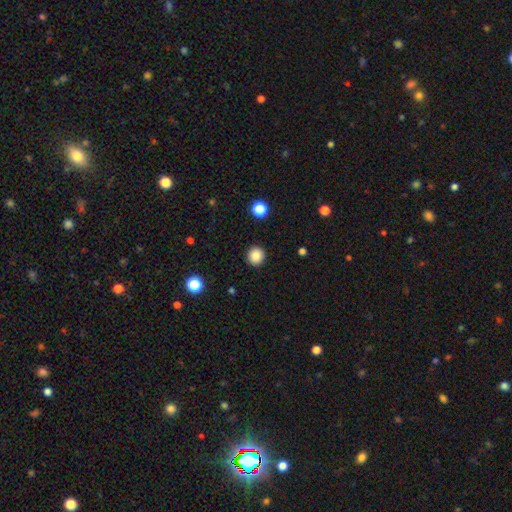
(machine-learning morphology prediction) This appears to be a smooth galaxy with no disk features (86%) that is round (93%). Merging: none (92%).